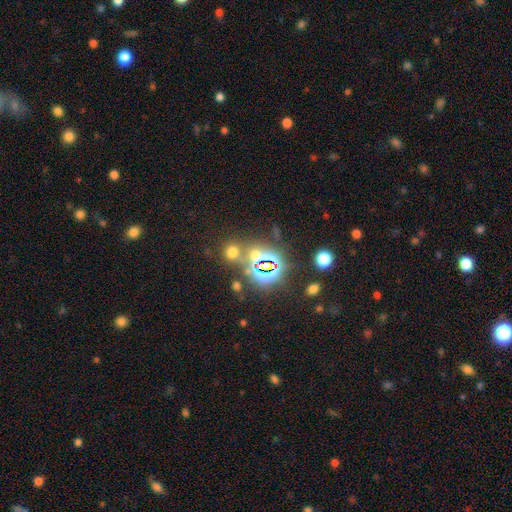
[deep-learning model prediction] Q: Smooth or featured?
A: star or artifact (59%); runner-up: smooth (33%)